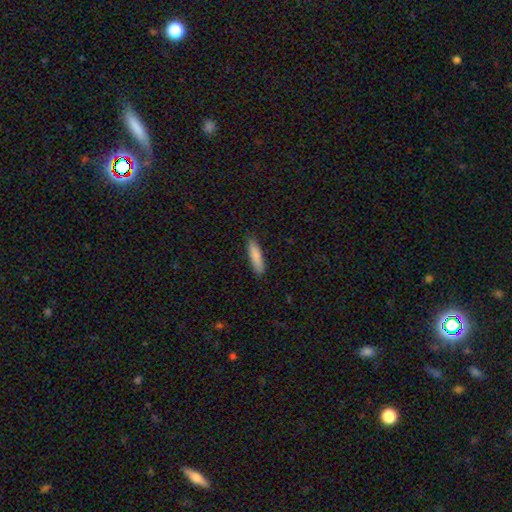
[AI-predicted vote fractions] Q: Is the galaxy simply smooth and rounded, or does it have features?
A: smooth — 85%.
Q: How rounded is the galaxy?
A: cigar-shaped — 72%.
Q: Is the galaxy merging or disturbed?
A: none — 86%.